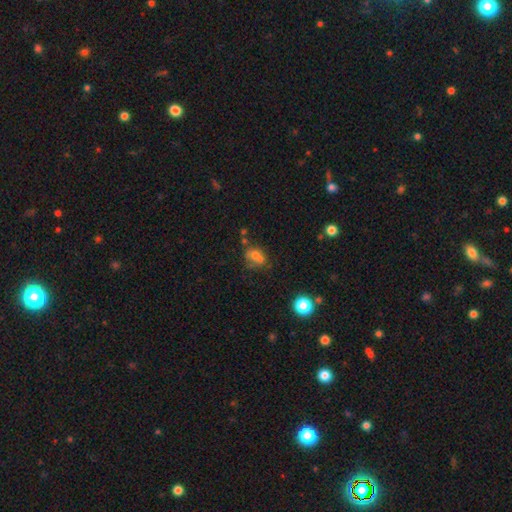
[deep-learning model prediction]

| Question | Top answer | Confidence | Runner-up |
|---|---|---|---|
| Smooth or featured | smooth | 60% | featured or disk (23%) |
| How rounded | round | 50% | in between (48%) |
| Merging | none | 39% | merger (33%) |